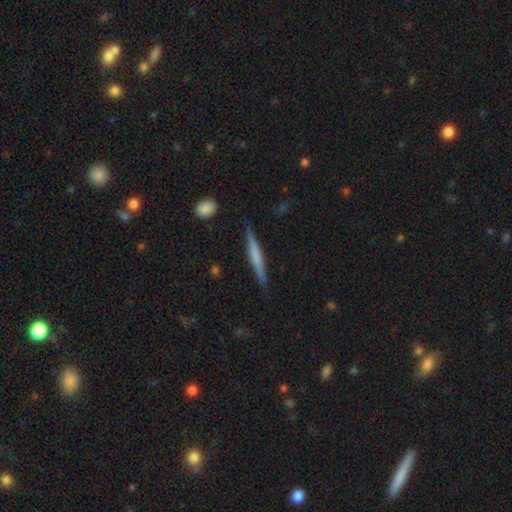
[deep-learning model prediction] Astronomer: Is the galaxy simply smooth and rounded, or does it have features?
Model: featured or disk — 48% (runner-up: smooth, 46%).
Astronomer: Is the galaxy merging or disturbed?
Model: none — 88%.